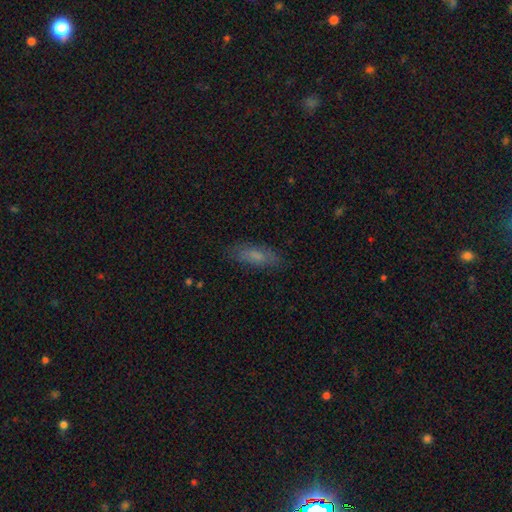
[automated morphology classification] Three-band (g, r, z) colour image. It shows a smooth galaxy with no disk features (69%) that is in between round and cigar-shaped (56%). Merging: none (80%).